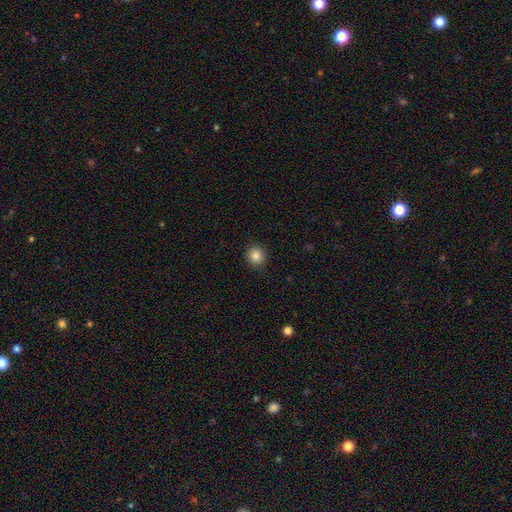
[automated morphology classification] Q: Smooth or featured?
A: smooth (84%); runner-up: star or artifact (11%)
Q: How rounded?
A: round (91%); runner-up: in between (9%)
Q: Merging?
A: none (90%); runner-up: minor disturbance (7%)